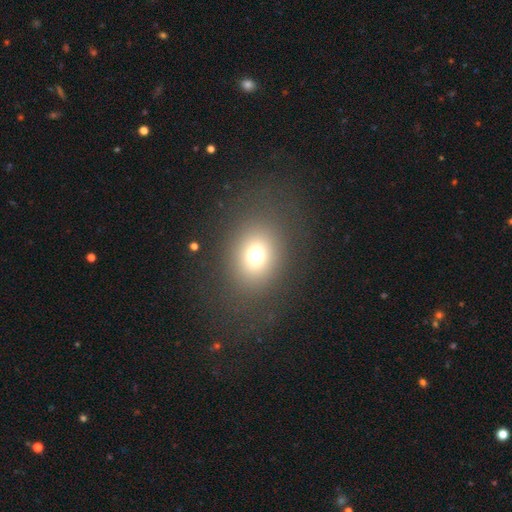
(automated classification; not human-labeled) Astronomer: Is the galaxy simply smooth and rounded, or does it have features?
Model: smooth — 70%.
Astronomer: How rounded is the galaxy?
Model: round — 55% (runner-up: in between, 43%).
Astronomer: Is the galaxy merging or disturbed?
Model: none — 81%.